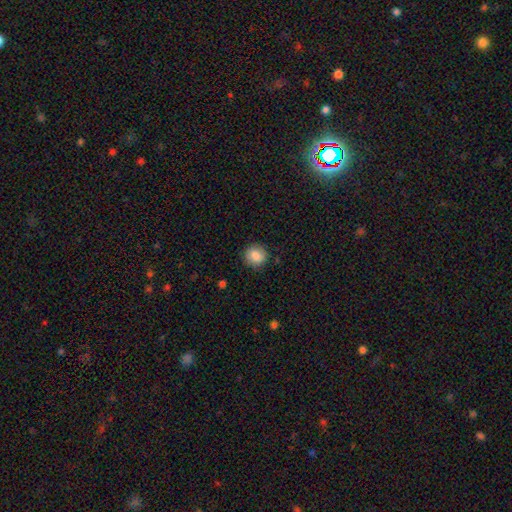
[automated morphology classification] Q: Smooth or featured?
A: smooth (85%); runner-up: star or artifact (8%)
Q: How rounded?
A: round (86%); runner-up: in between (13%)
Q: Merging?
A: none (87%); runner-up: minor disturbance (9%)